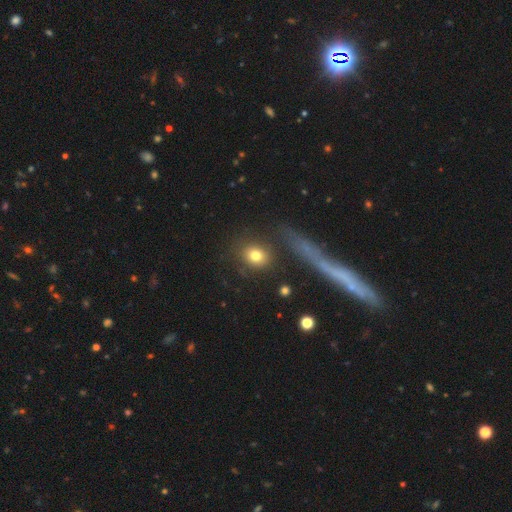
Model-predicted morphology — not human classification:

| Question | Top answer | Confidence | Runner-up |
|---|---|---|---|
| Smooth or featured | smooth | 79% | star or artifact (11%) |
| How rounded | round | 65% | in between (33%) |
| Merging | none | 78% | minor disturbance (11%) |